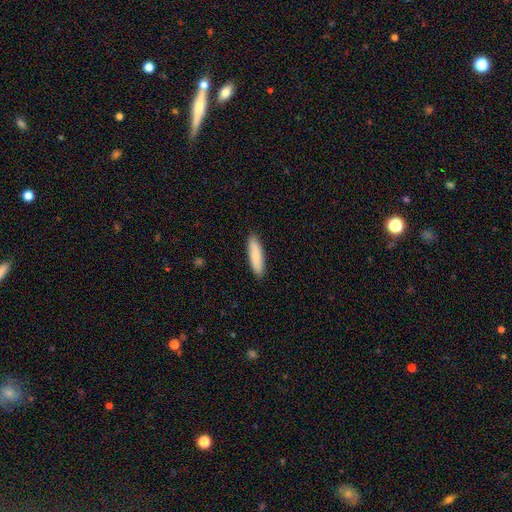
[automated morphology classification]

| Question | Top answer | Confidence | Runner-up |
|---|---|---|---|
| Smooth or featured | smooth | 84% | featured or disk (10%) |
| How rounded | cigar-shaped | 71% | in between (28%) |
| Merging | none | 90% | minor disturbance (8%) |